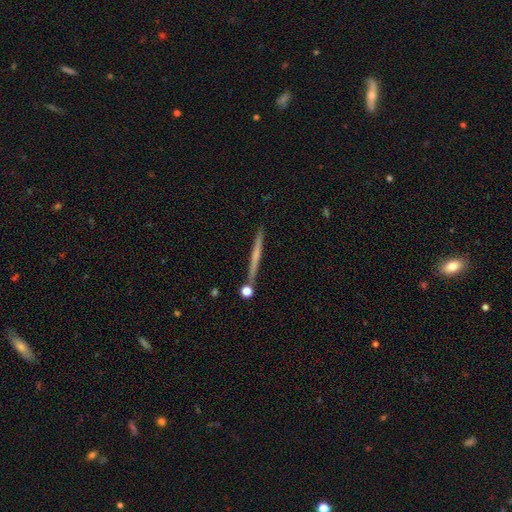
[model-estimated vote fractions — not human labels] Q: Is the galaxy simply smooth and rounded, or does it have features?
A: featured or disk — 51%.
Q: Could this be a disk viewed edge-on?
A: yes — 97%.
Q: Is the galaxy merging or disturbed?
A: none — 86%.